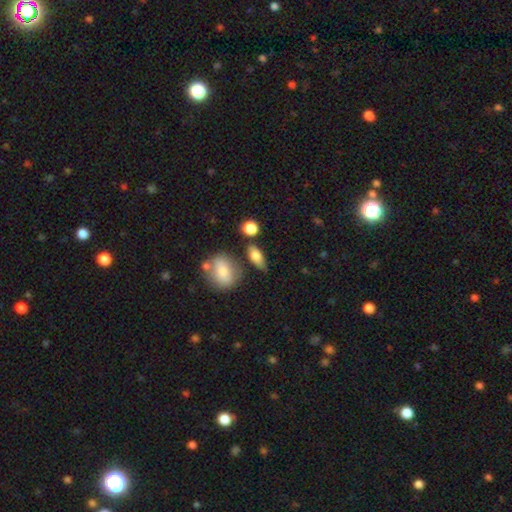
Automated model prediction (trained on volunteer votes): Smooth or featured? smooth (76%)
How rounded? in between (73%)
Merging? none (67%)